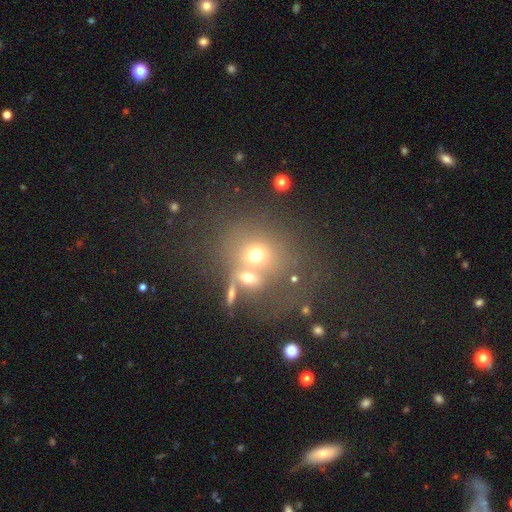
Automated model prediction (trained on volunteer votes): smooth 62%, featured or disk 20%, star or artifact 18%. Down the decision tree: how rounded — round (70%); merging — merger (40%).